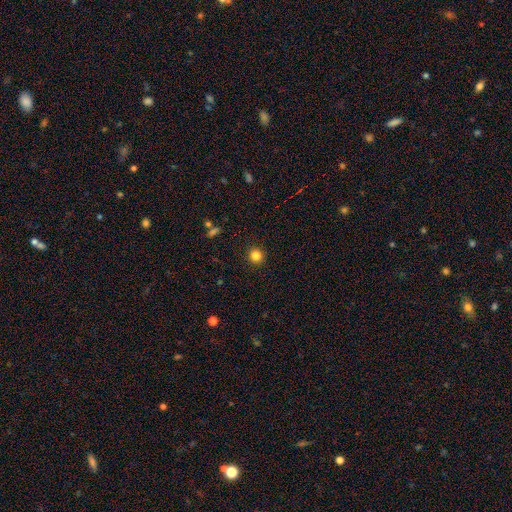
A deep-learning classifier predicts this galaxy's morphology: A smooth galaxy with no disk features (83%) that is round (94%).

Vote fractions:
- Smooth or featured? smooth: 83% / star or artifact: 12% / featured or disk: 4%
- How rounded? round: 94% / in between: 5% / cigar-shaped: 1%
- Merging? none: 92% / minor disturbance: 5% / major disturbance: 2% / merger: 1%